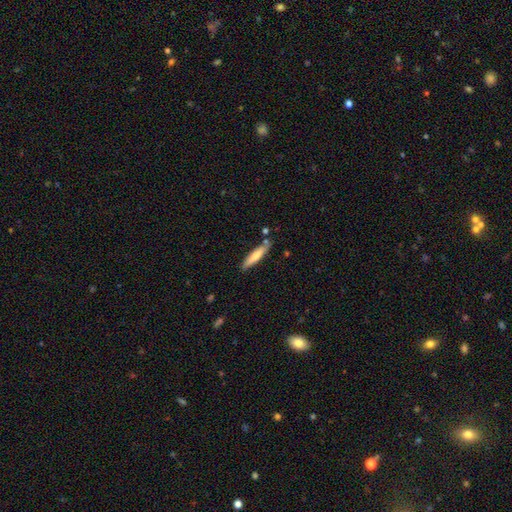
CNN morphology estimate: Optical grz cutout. It shows a smooth galaxy with no disk features (67%) that is cigar-shaped (86%). Merging: none (79%).